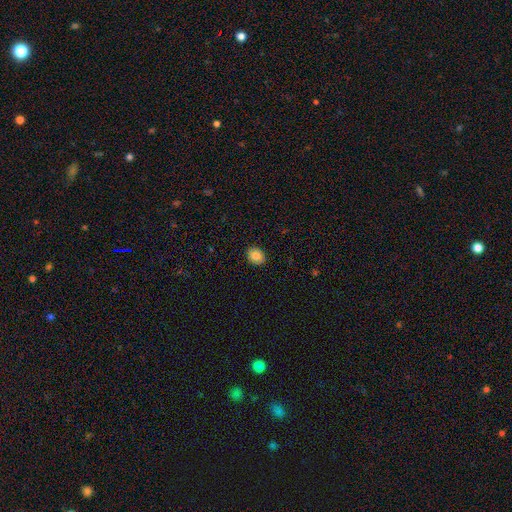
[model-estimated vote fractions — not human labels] smooth 85%, star or artifact 9%, featured or disk 7%. Down the decision tree: how rounded — in between (53%); merging — none (90%).